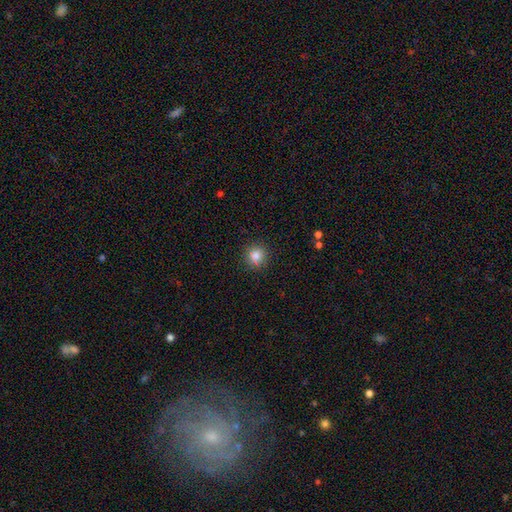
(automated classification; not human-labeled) smooth_or_featured: smooth (p=0.83) [alt: star or artifact p=0.11]
how_rounded: round (p=0.90) [alt: in between p=0.09]
merging: none (p=0.88) [alt: minor disturbance p=0.08]